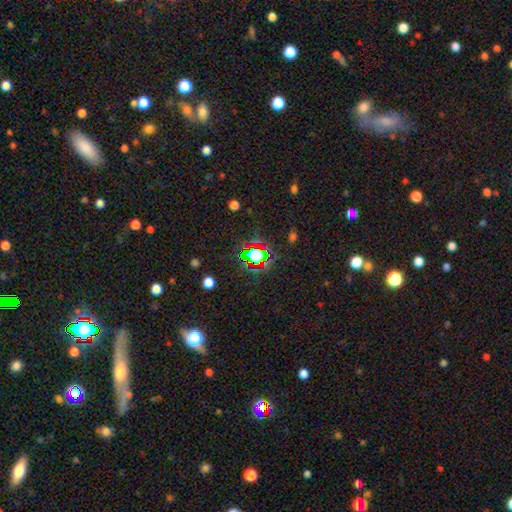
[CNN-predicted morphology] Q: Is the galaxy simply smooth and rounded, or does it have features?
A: star or artifact — 66%.